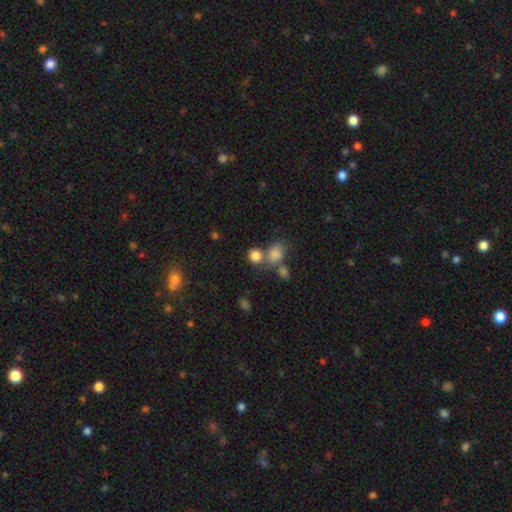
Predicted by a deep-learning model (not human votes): smooth_or_featured: smooth (p=0.81) [alt: star or artifact p=0.12]
how_rounded: round (p=0.71) [alt: in between p=0.27]
merging: none (p=0.49) [alt: merger p=0.35]